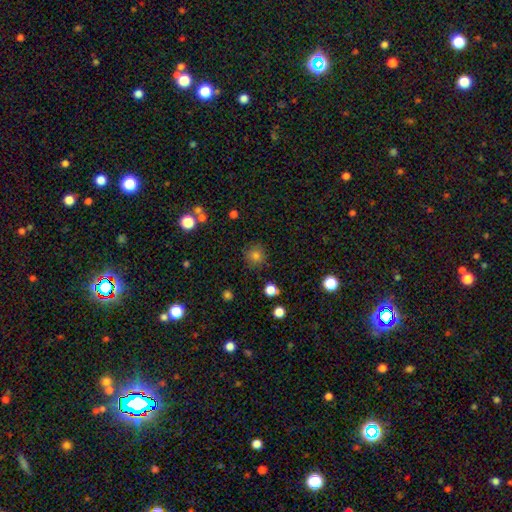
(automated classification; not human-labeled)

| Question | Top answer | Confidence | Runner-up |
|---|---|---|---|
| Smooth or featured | smooth | 80% | star or artifact (13%) |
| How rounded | round | 90% | in between (9%) |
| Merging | none | 86% | minor disturbance (9%) |